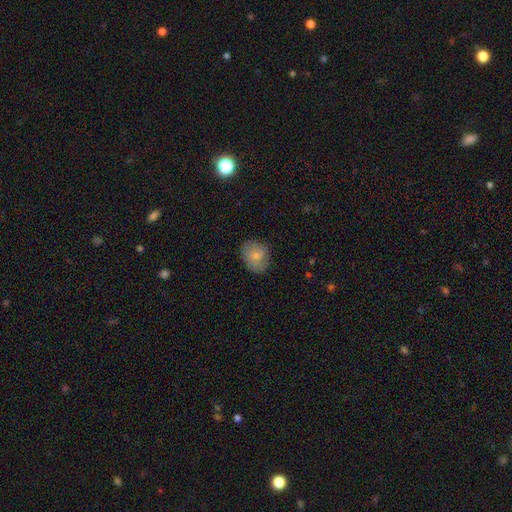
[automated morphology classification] Overall: smooth (77%). How rounded: round (52%; in between 47%). Merging: none (74%).